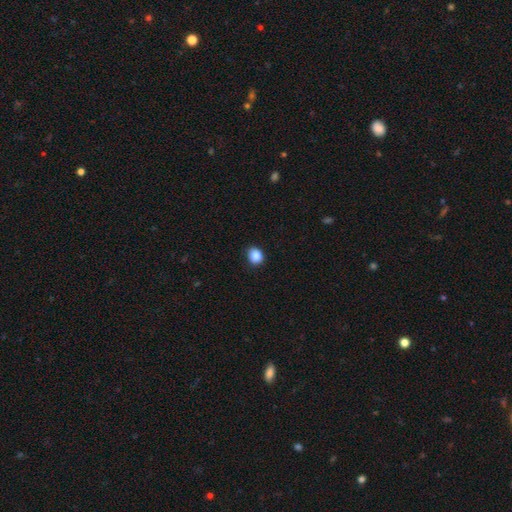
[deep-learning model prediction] A smooth galaxy with no disk features (88%) that is round (62%).

Vote fractions:
- Smooth or featured? smooth: 88% / star or artifact: 9% / featured or disk: 3%
- How rounded? round: 62% / in between: 37% / cigar-shaped: 1%
- Merging? none: 87% / minor disturbance: 10% / major disturbance: 2% / merger: 1%